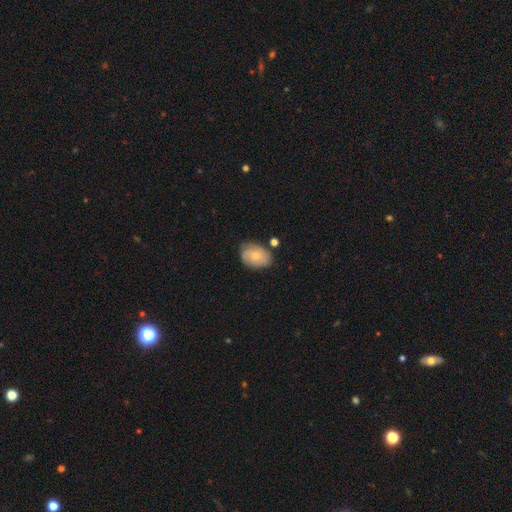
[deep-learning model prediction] smooth-or-featured: smooth: 64% | featured or disk: 29% | star or artifact: 7%
  how-rounded: in between: 74% | round: 25% | cigar-shaped: 1%
  merging: none: 66% | minor disturbance: 24% | major disturbance: 5% | merger: 5%